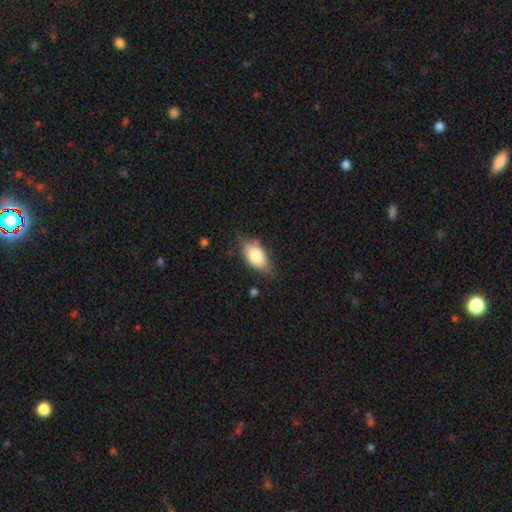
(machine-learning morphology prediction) This appears to be a smooth galaxy with no disk features (82%) that is in between round and cigar-shaped (90%). Merging: none (68%).